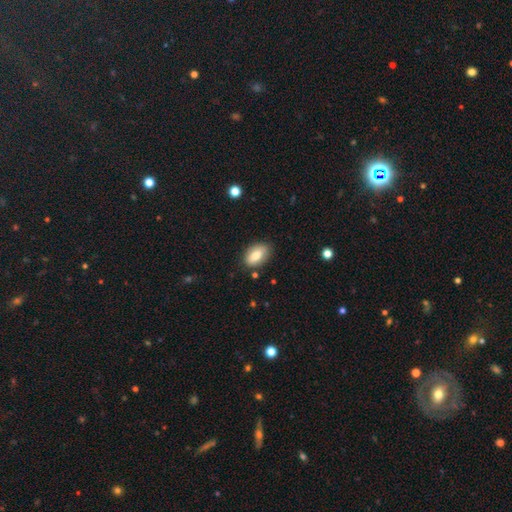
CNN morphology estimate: smooth_or_featured: smooth (p=0.77) [alt: featured or disk p=0.16]
how_rounded: in between (p=0.91) [alt: round p=0.07]
merging: none (p=0.82) [alt: minor disturbance p=0.14]